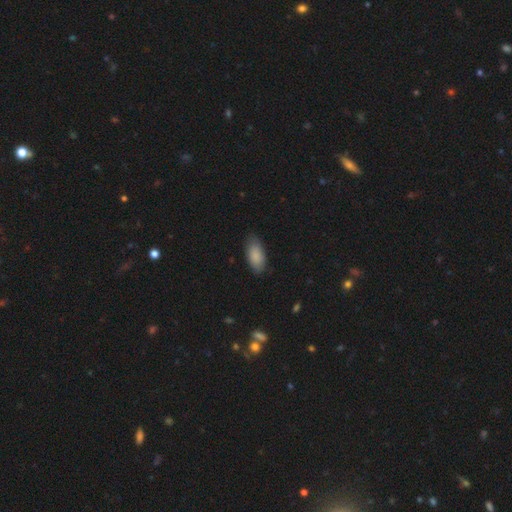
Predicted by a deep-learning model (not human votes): smooth 88%, featured or disk 6%, star or artifact 6%. Down the decision tree: how rounded — in between (90%); merging — none (79%).